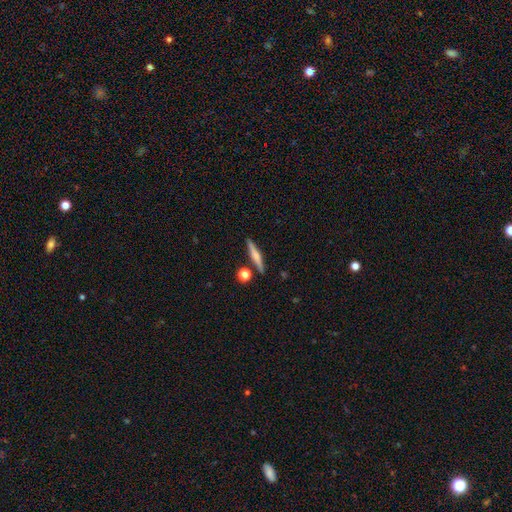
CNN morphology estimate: A smooth galaxy with no disk features (53%) that is cigar-shaped (88%).

Vote fractions:
- Smooth or featured? smooth: 53% / featured or disk: 40% / star or artifact: 7%
- How rounded? cigar-shaped: 88% / in between: 8% / round: 4%
- Merging? none: 85% / minor disturbance: 8% / merger: 5% / major disturbance: 2%